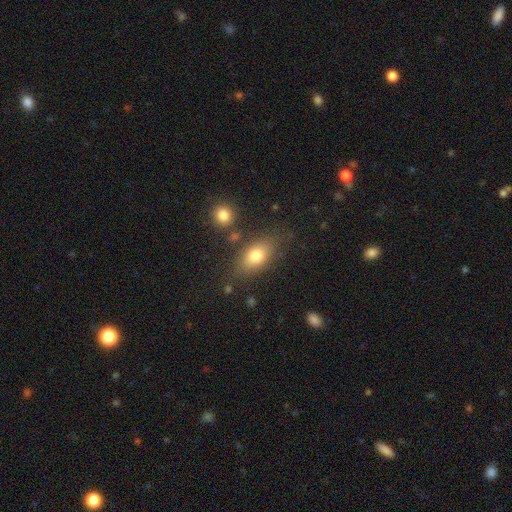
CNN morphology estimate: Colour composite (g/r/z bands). It shows a smooth galaxy with no disk features (77%) that is in between round and cigar-shaped (83%). Merging: none (75%).